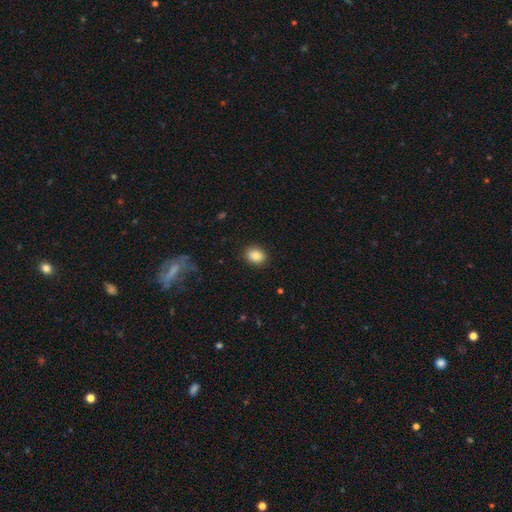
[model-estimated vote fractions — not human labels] A smooth galaxy with no disk features (88%) that is in between round and cigar-shaped (68%).

Vote fractions:
- Smooth or featured? smooth: 88% / star or artifact: 8% / featured or disk: 4%
- How rounded? in between: 68% / round: 31% / cigar-shaped: 1%
- Merging? none: 88% / minor disturbance: 9% / major disturbance: 2% / merger: 1%